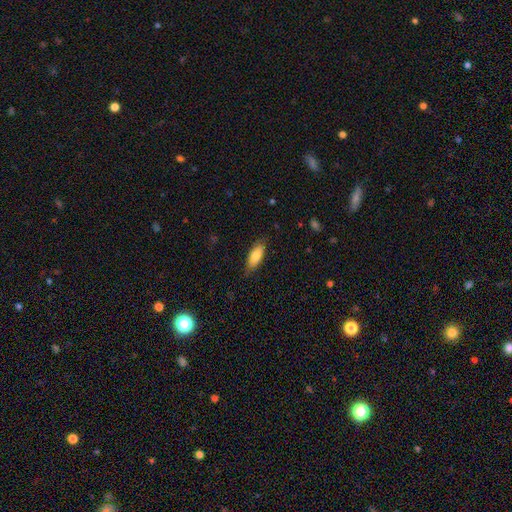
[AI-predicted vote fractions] A smooth galaxy with no disk features (79%) that is in between round and cigar-shaped (73%). Merging: none (80%).